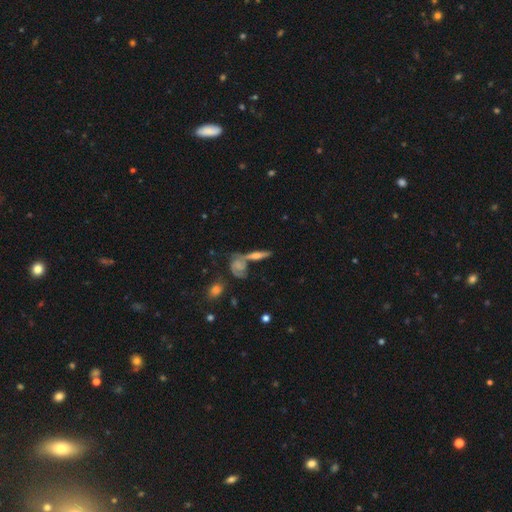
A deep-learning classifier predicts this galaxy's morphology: Smooth or featured: featured or disk — 57% (smooth — 31%)
Edge-on disk: yes — 77% (no — 23%)
Merging: none — 51% (merger — 29%)